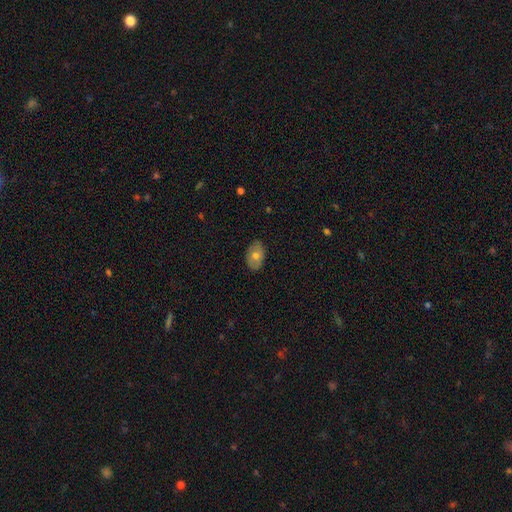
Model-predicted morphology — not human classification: This appears to be a smooth galaxy with no disk features (65%) that is in between round and cigar-shaped (90%). Merging: none (85%).